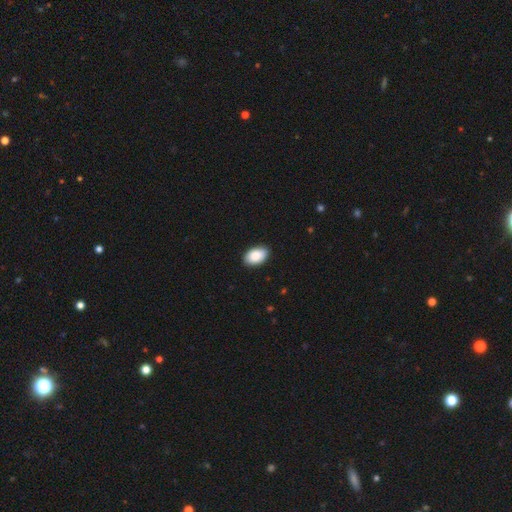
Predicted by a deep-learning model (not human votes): Smooth or featured?
  - smooth: 89% *
  - star or artifact: 6%
  - featured or disk: 5%
How rounded?
  - in between: 92% *
  - round: 6%
  - cigar-shaped: 1%
Merging?
  - none: 90% *
  - minor disturbance: 8%
  - major disturbance: 2%
  - merger: 1%